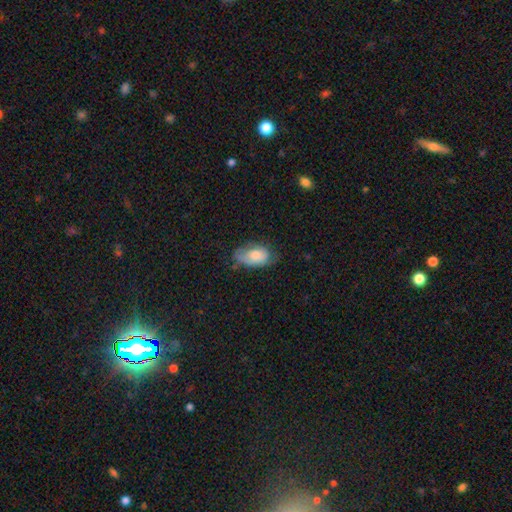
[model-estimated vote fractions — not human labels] smooth-or-featured: smooth: 66% | featured or disk: 28% | star or artifact: 7%
  how-rounded: in between: 92% | round: 5% | cigar-shaped: 2%
  merging: none: 48% | minor disturbance: 35% | major disturbance: 15% | merger: 2%